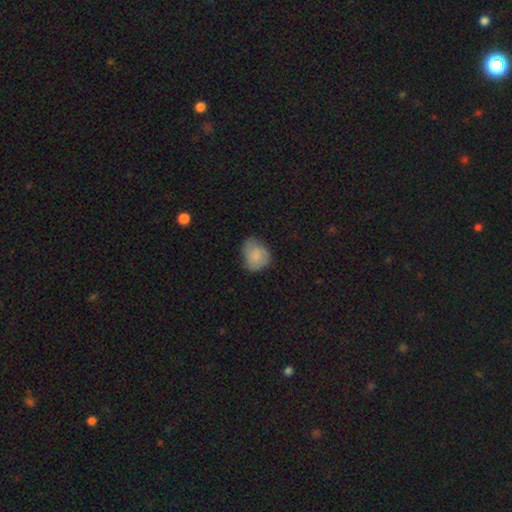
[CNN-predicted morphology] This appears to be a smooth galaxy with no disk features (75%) that is round (53%). Merging: none (51%).